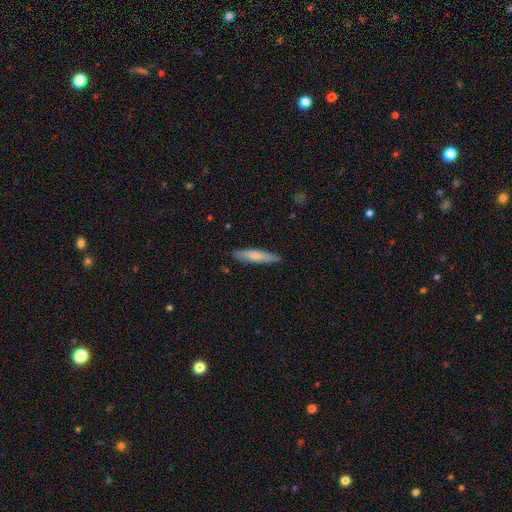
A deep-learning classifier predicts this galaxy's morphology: smooth 71%, featured or disk 23%, star or artifact 5%. Down the decision tree: how rounded — cigar-shaped (85%); merging — none (86%).